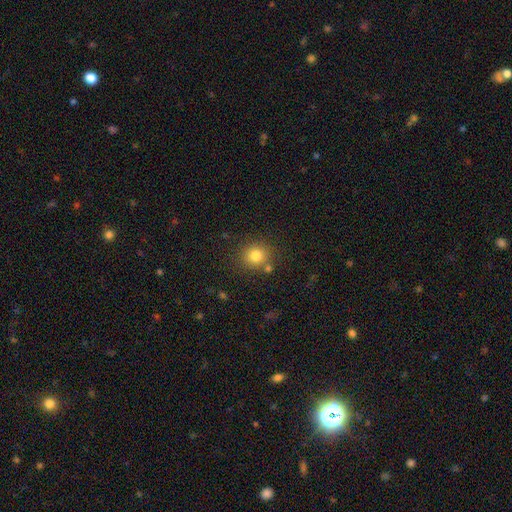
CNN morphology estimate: A smooth galaxy with no disk features (80%) that is round (86%).

Vote fractions:
- Smooth or featured? smooth: 80% / star or artifact: 12% / featured or disk: 7%
- How rounded? round: 86% / in between: 13% / cigar-shaped: 1%
- Merging? none: 79% / minor disturbance: 9% / merger: 8% / major disturbance: 3%